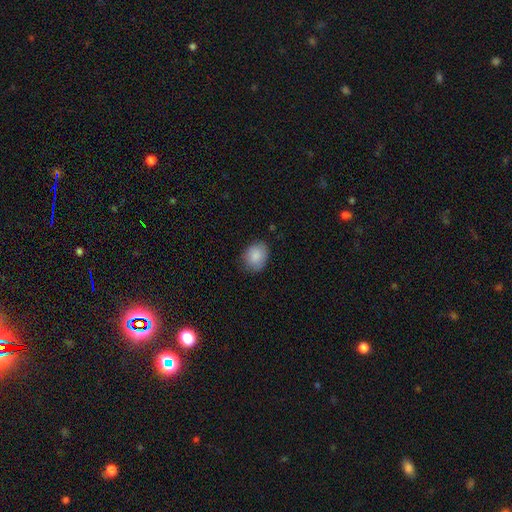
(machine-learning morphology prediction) This appears to be a smooth galaxy with no disk features (87%) that is in between round and cigar-shaped (55%). Merging: none (76%).